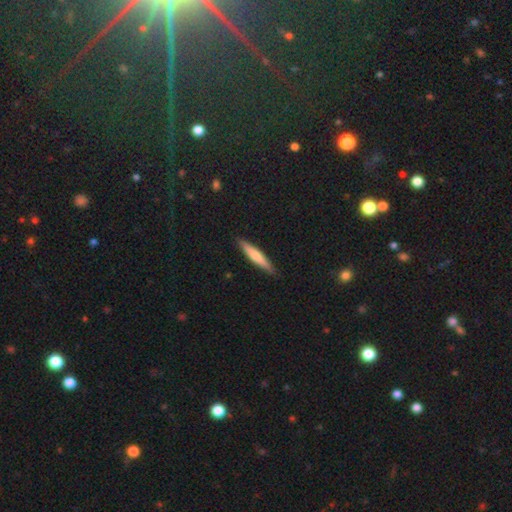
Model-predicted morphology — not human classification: This is likely a smooth galaxy (64%). How rounded: clearly cigar-shaped (91%). Merging: clearly none (89%).